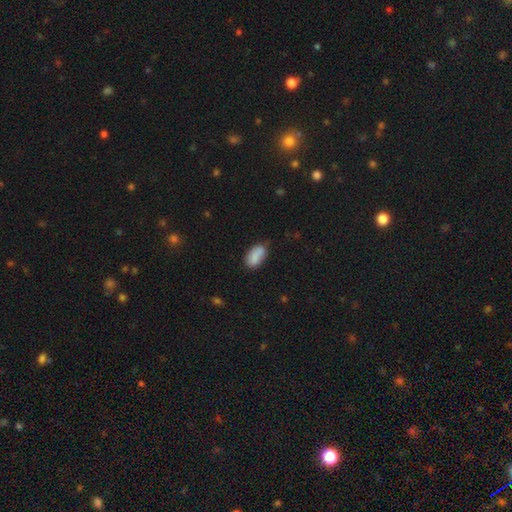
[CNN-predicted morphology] A smooth galaxy with no disk features (82%) that is in between round and cigar-shaped (91%).

Vote fractions:
- Smooth or featured? smooth: 82% / featured or disk: 10% / star or artifact: 7%
- How rounded? in between: 91% / round: 5% / cigar-shaped: 4%
- Merging? none: 67% / minor disturbance: 23% / merger: 6% / major disturbance: 5%